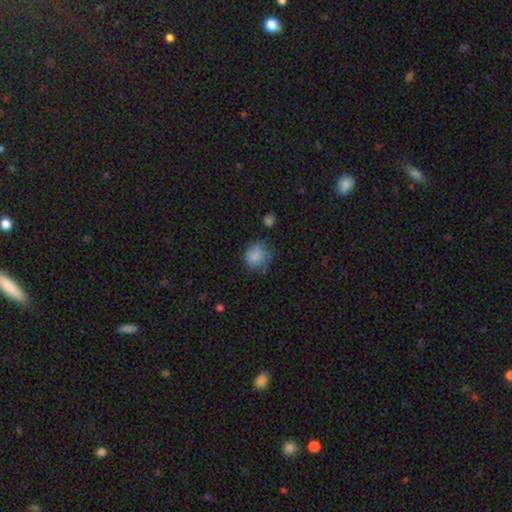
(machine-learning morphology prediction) Smooth or featured: smooth — 84% (star or artifact — 9%)
How rounded: round — 80% (in between — 19%)
Merging: none — 63% (minor disturbance — 26%)